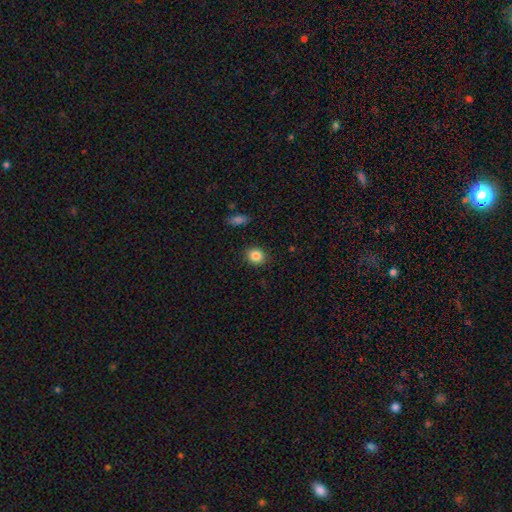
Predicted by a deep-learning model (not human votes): This appears to be a smooth galaxy with no disk features (85%) that is round (74%). Merging: none (89%).